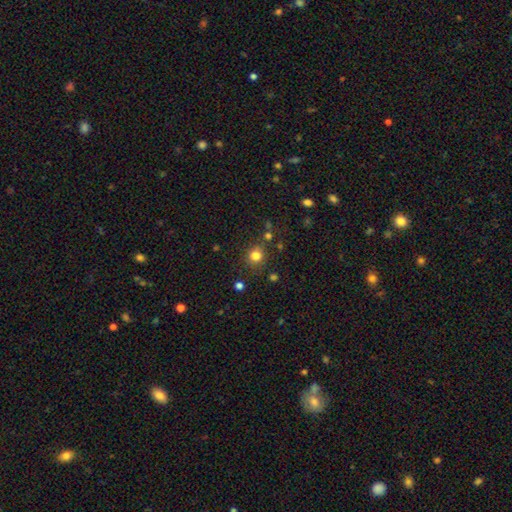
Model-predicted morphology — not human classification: Smooth or featured: smooth — 80% (star or artifact — 15%)
How rounded: round — 86% (in between — 13%)
Merging: none — 78% (minor disturbance — 11%)